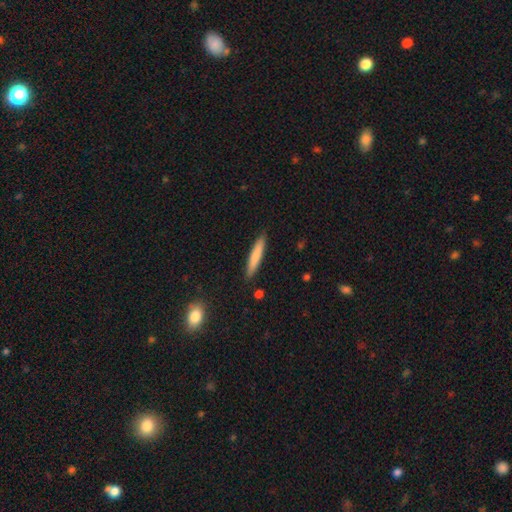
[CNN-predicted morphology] The model was most divided on "smooth or featured": smooth: 77%, featured or disk: 17%, star or artifact: 6%. More confident: how rounded — cigar-shaped (91%); merging — none (89%).